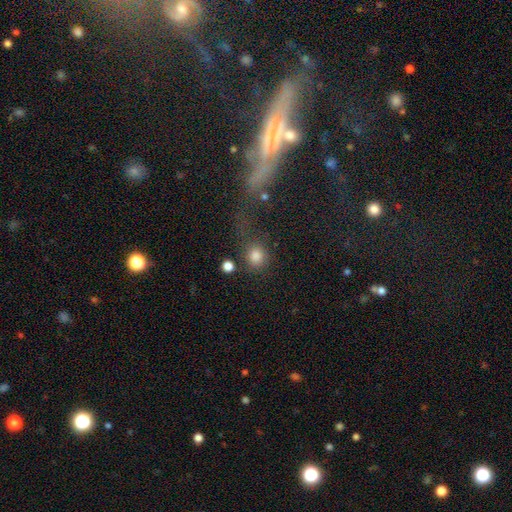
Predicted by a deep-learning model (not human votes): smooth_or_featured: smooth (p=0.81) [alt: star or artifact p=0.13]
how_rounded: round (p=0.80) [alt: in between p=0.18]
merging: none (p=0.59) [alt: merger p=0.15]